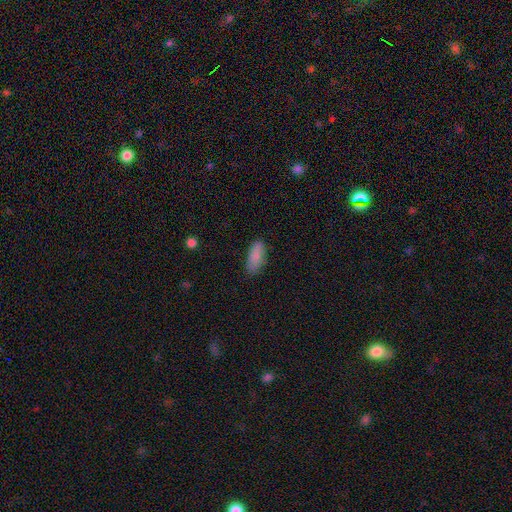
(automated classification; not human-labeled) A smooth galaxy with no disk features (87%) that is in between round and cigar-shaped (80%). Merging: none (80%).